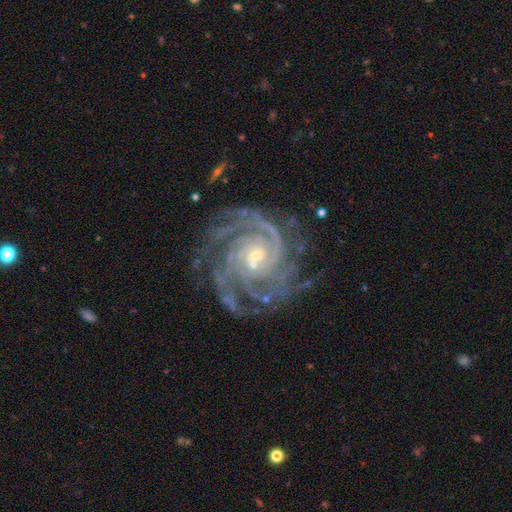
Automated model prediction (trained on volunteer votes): This appears to be a featured or disk galaxy (91%) with no bar (58%), 4 (32%) tight (72%) spiral arms (98%) and a small central bulge (72%). Merging: none (70%).